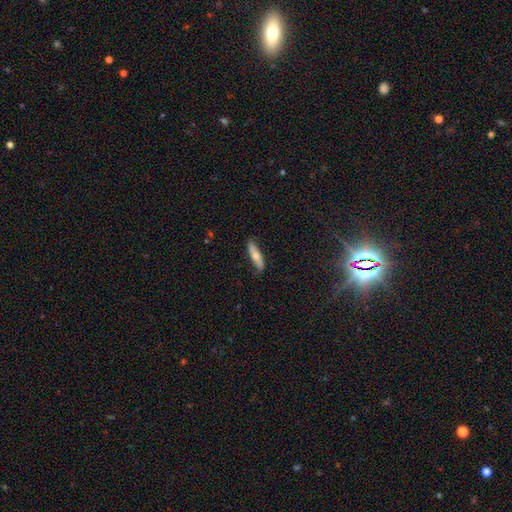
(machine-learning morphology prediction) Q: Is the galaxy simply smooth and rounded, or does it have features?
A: smooth — 62%.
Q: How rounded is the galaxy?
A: cigar-shaped — 68%.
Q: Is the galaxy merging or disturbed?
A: none — 81%.